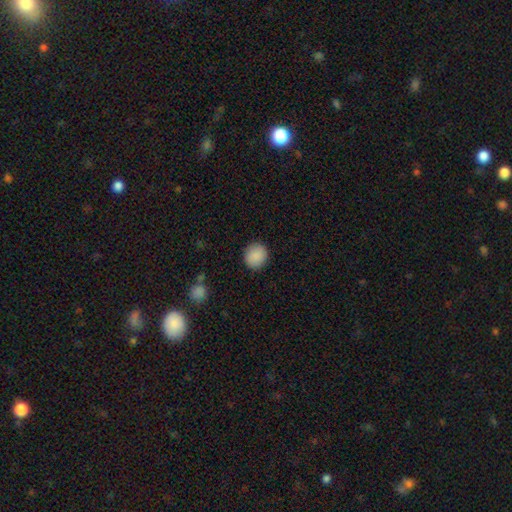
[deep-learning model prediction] smooth-or-featured: smooth: 89% | star or artifact: 7% | featured or disk: 3%
  how-rounded: round: 85% | in between: 14% | cigar-shaped: 1%
  merging: none: 90% | minor disturbance: 7% | major disturbance: 2% | merger: 1%